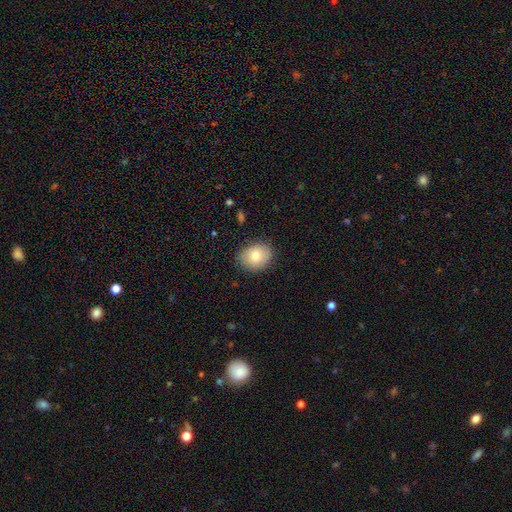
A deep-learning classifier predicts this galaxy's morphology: A smooth galaxy with no disk features (78%) that is in between round and cigar-shaped (50%, tied with round). Merging: none (84%).